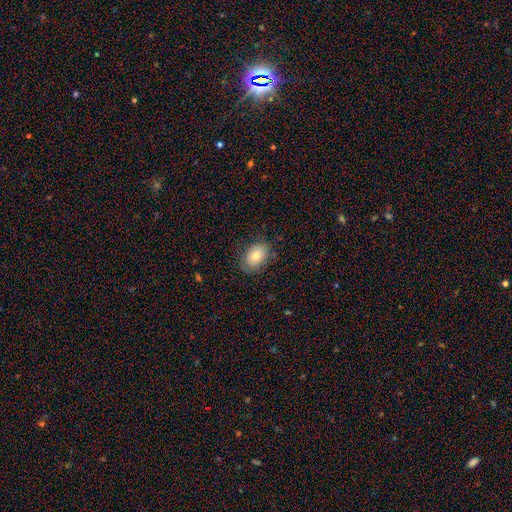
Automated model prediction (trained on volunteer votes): Q: Smooth or featured?
A: smooth (75%); runner-up: featured or disk (17%)
Q: How rounded?
A: in between (80%); runner-up: round (19%)
Q: Merging?
A: none (76%); runner-up: minor disturbance (17%)